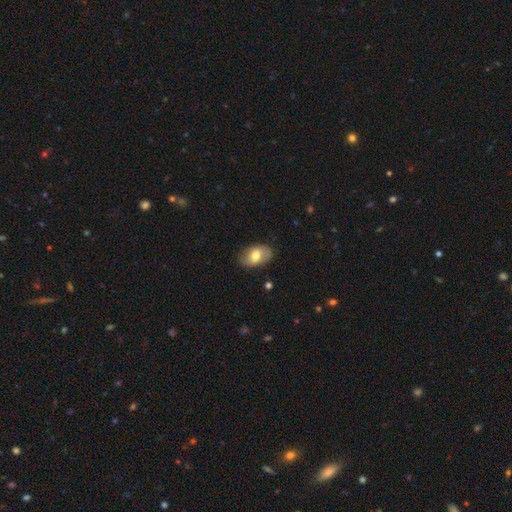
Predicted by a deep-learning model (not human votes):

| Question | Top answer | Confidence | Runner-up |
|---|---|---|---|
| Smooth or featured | smooth | 66% | featured or disk (27%) |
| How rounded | in between | 87% | round (12%) |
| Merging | none | 79% | minor disturbance (16%) |